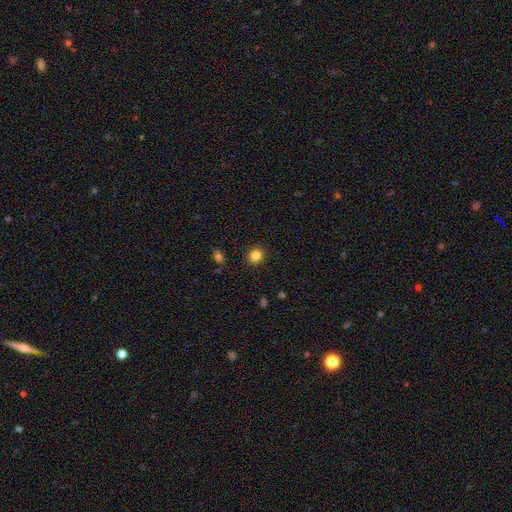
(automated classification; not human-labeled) Smooth or featured?
  - smooth: 84% *
  - star or artifact: 11%
  - featured or disk: 5%
How rounded?
  - round: 83% *
  - in between: 16%
  - cigar-shaped: 1%
Merging?
  - none: 91% *
  - minor disturbance: 6%
  - major disturbance: 2%
  - merger: 1%